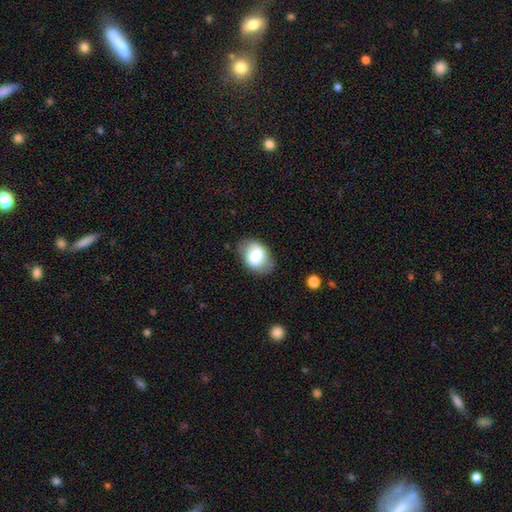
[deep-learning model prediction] Overall: smooth (71%). How rounded: in between (79%). Merging: none (70%).